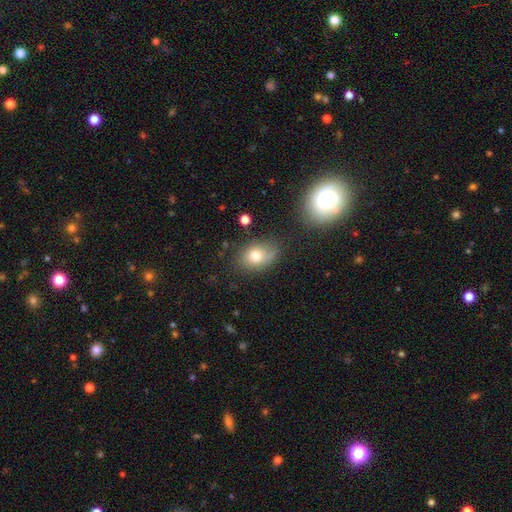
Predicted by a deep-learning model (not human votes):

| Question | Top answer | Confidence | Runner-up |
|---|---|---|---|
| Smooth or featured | smooth | 75% | featured or disk (14%) |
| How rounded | in between | 71% | round (28%) |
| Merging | none | 66% | minor disturbance (23%) |